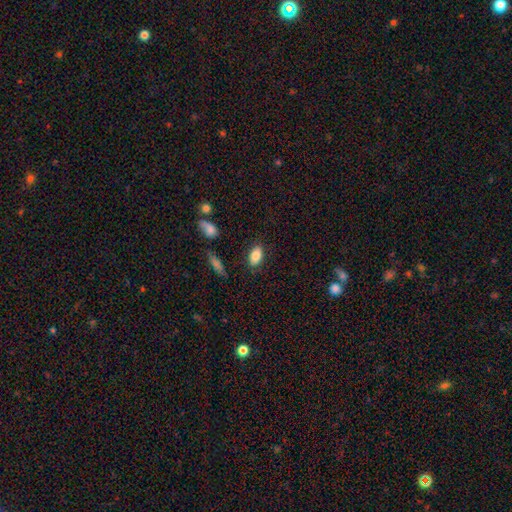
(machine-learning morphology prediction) This appears to be a smooth galaxy with no disk features (85%) that is in between round and cigar-shaped (91%). Merging: none (83%).